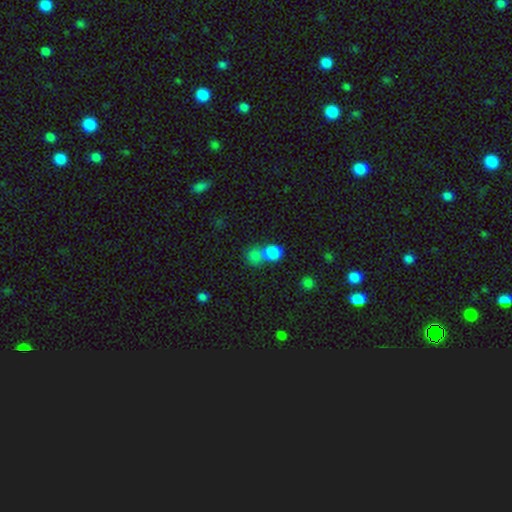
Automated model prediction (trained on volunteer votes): A smooth galaxy with no disk features (79%) that is round (74%).

Vote fractions:
- Smooth or featured? smooth: 79% / star or artifact: 13% / featured or disk: 8%
- How rounded? round: 74% / in between: 25% / cigar-shaped: 1%
- Merging? merger: 54% / none: 34% / minor disturbance: 7% / major disturbance: 4%